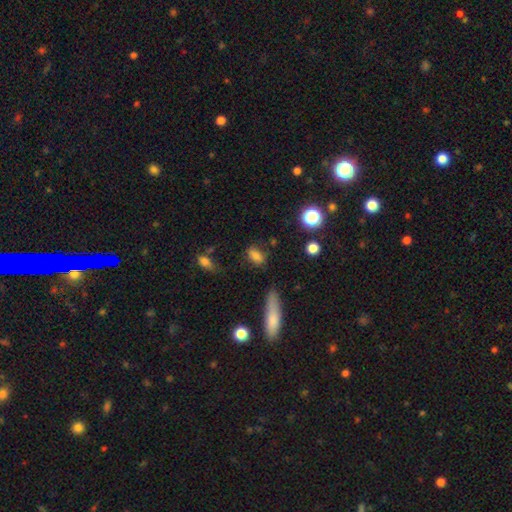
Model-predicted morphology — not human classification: Smooth or featured? Predicted: smooth (p=0.79). How rounded? Predicted: in between (p=0.80). Merging? Predicted: none (p=0.70).